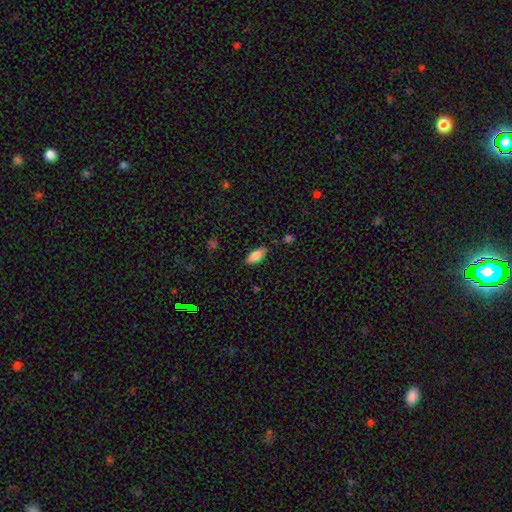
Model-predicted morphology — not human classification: Smooth or featured?
  - smooth: 81% *
  - featured or disk: 12%
  - star or artifact: 7%
How rounded?
  - in between: 79% *
  - cigar-shaped: 19%
  - round: 2%
Merging?
  - none: 83% *
  - minor disturbance: 12%
  - major disturbance: 3%
  - merger: 2%